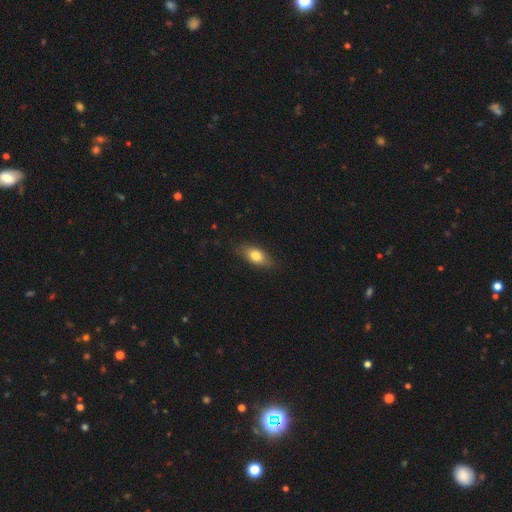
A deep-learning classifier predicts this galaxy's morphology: Smooth or featured? smooth (77%)
How rounded? in between (82%)
Merging? none (81%)